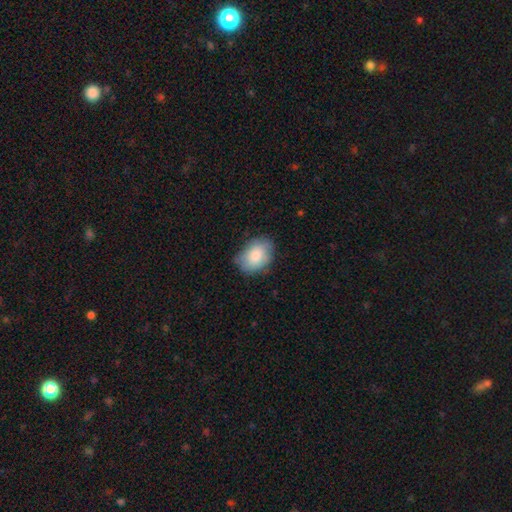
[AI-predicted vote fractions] A smooth galaxy with no disk features (84%) that is in between round and cigar-shaped (79%). Merging: none (75%).